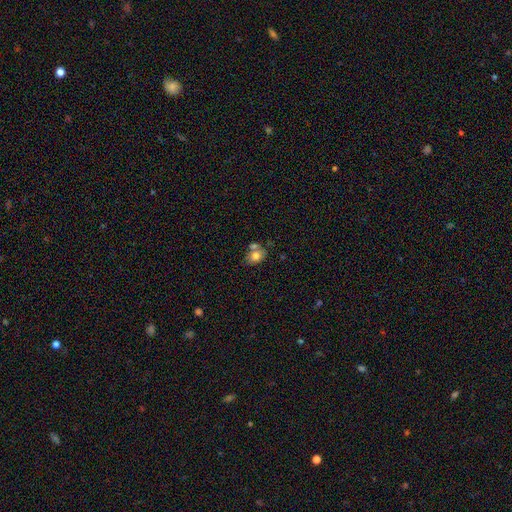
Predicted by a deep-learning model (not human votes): Smooth or featured?
  - smooth: 73% *
  - featured or disk: 18%
  - star or artifact: 9%
How rounded?
  - in between: 66% *
  - round: 33%
  - cigar-shaped: 1%
Merging?
  - none: 41% *
  - merger: 36%
  - minor disturbance: 17%
  - major disturbance: 6%